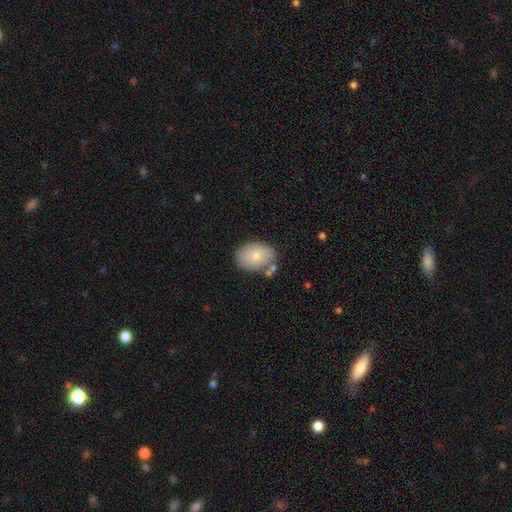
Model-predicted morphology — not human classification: Overall: smooth (79%). How rounded: in between (76%). Merging: none (72%).